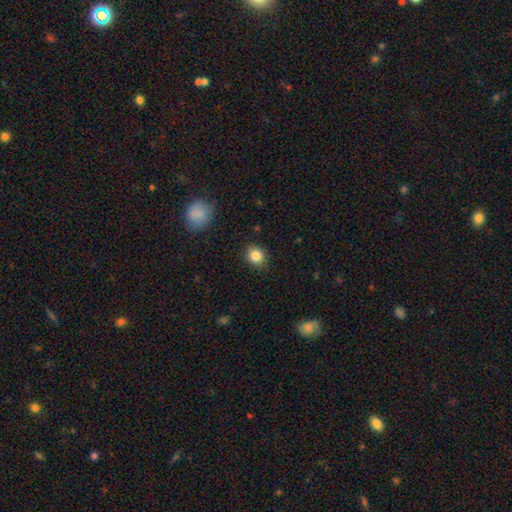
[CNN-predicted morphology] Smooth or featured: smooth — 85% (star or artifact — 10%)
How rounded: round — 73% (in between — 26%)
Merging: none — 87% (minor disturbance — 9%)